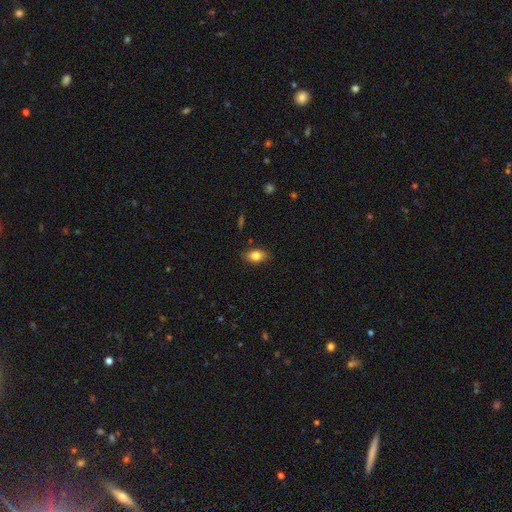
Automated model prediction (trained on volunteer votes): This appears to be a smooth galaxy with no disk features (82%) that is in between round and cigar-shaped (83%). Merging: none (84%).